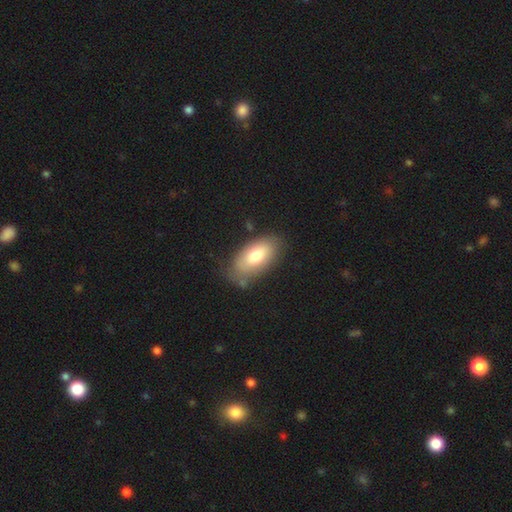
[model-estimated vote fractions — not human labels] Overall: smooth (73%). How rounded: in between (92%). Merging: none (72%).